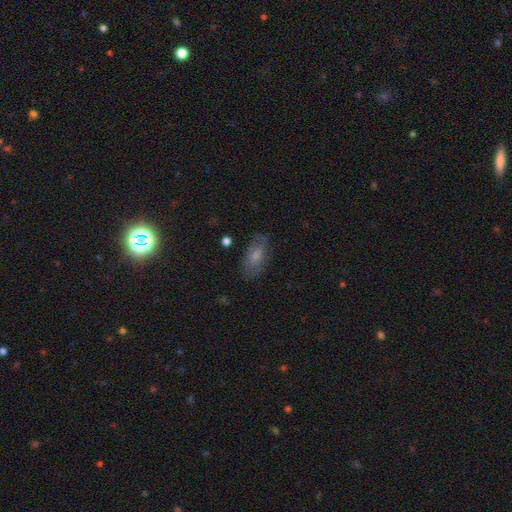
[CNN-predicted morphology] Smooth or featured: smooth — 68% (featured or disk — 24%)
How rounded: in between — 88% (cigar-shaped — 8%)
Merging: none — 75% (minor disturbance — 18%)